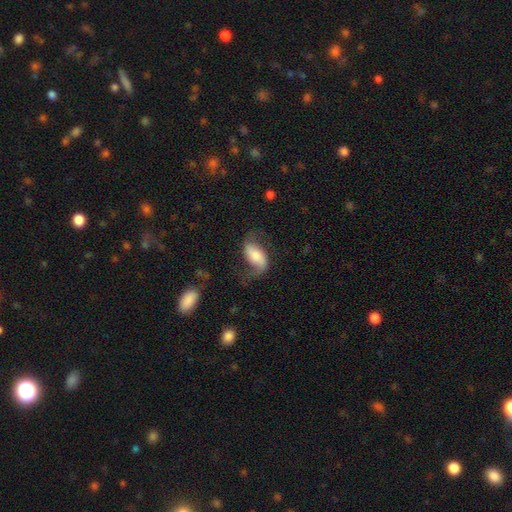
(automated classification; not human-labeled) Q: Smooth or featured?
A: featured or disk (61%); runner-up: smooth (31%)
Q: Edge-on disk?
A: no (94%); runner-up: yes (6%)
Q: Bar?
A: no (37%); runner-up: weak (34%)
Q: Spiral arms?
A: yes (91%); runner-up: no (9%)
Q: Spiral winding?
A: loose (75%); runner-up: medium (20%)
Q: Spiral arm count?
A: 2 (88%); runner-up: 1 (6%)
Q: Bulge size?
A: moderate (38%); runner-up: small (26%)
Q: Merging?
A: none (58%); runner-up: minor disturbance (21%)